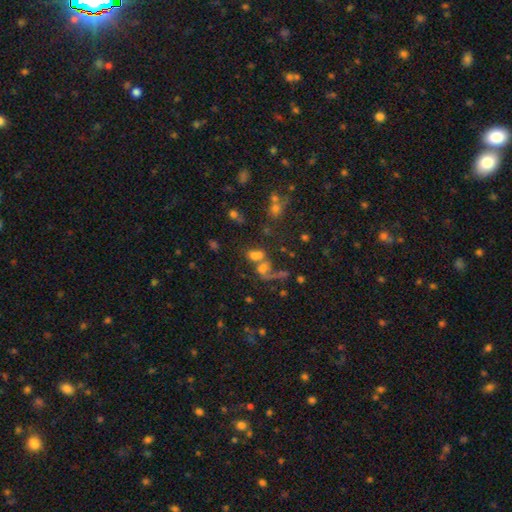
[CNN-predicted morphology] A smooth galaxy with no disk features (53%) that is in between round and cigar-shaped (64%). Merging: merger (54%).